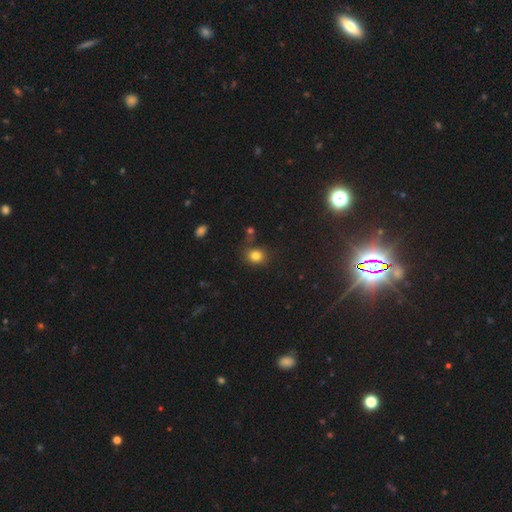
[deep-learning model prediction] A smooth galaxy with no disk features (81%) that is round (74%). Merging: none (74%).